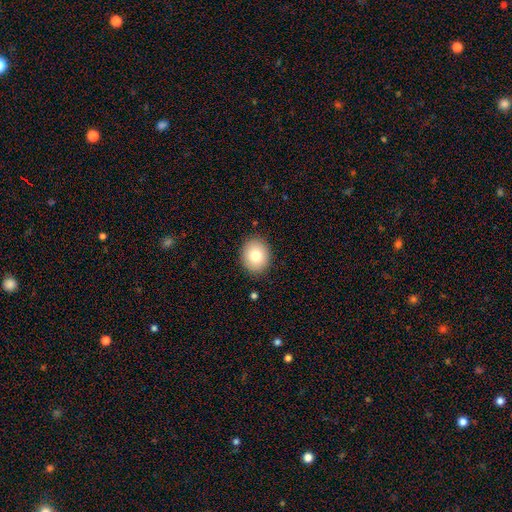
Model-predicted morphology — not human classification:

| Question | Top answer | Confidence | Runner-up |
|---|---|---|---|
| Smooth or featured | smooth | 78% | featured or disk (12%) |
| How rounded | round | 63% | in between (36%) |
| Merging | none | 88% | minor disturbance (8%) |